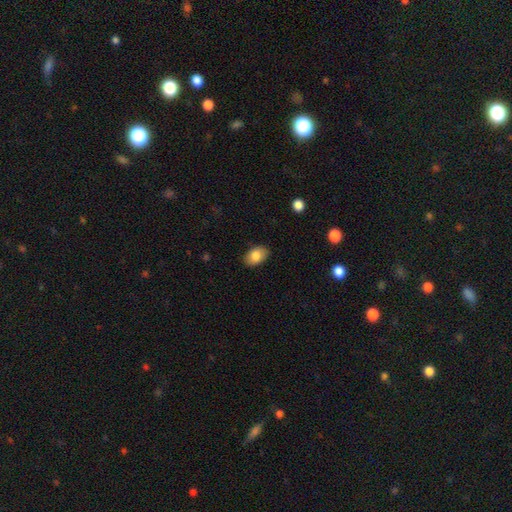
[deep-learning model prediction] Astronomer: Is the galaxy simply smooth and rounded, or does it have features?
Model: smooth — 84%.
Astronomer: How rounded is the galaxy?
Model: in between — 88%.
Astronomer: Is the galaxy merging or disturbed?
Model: none — 86%.